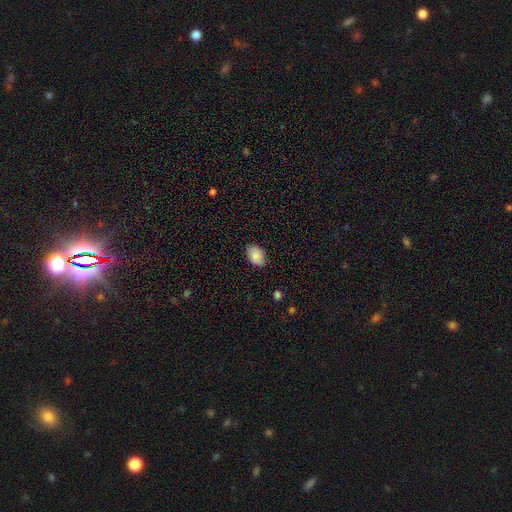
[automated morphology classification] A smooth galaxy with no disk features (88%) that is in between round and cigar-shaped (87%).

Vote fractions:
- Smooth or featured? smooth: 88% / star or artifact: 7% / featured or disk: 5%
- How rounded? in between: 87% / round: 12% / cigar-shaped: 1%
- Merging? none: 84% / minor disturbance: 13% / major disturbance: 2% / merger: 1%